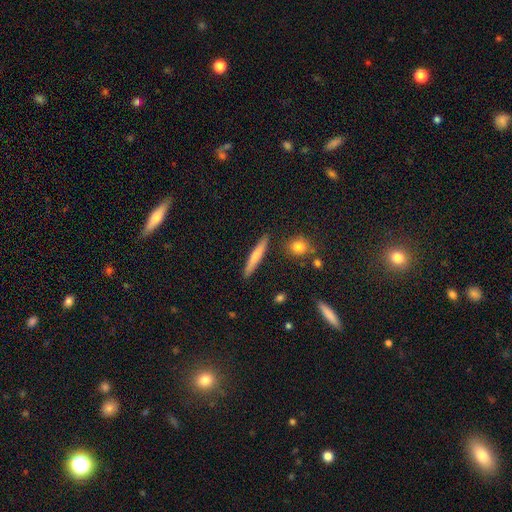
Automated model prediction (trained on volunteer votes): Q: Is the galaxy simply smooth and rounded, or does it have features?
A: smooth — 66%.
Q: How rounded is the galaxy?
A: cigar-shaped — 93%.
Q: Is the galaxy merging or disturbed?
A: none — 89%.